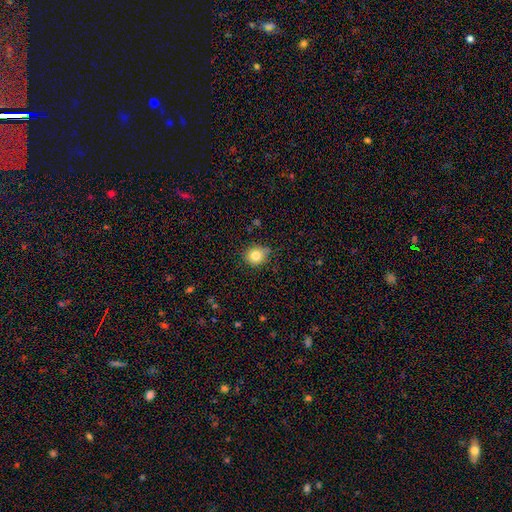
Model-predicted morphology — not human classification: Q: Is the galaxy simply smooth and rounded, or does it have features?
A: smooth — 82%.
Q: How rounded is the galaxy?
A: round — 78%.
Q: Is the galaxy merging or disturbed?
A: none — 72%.